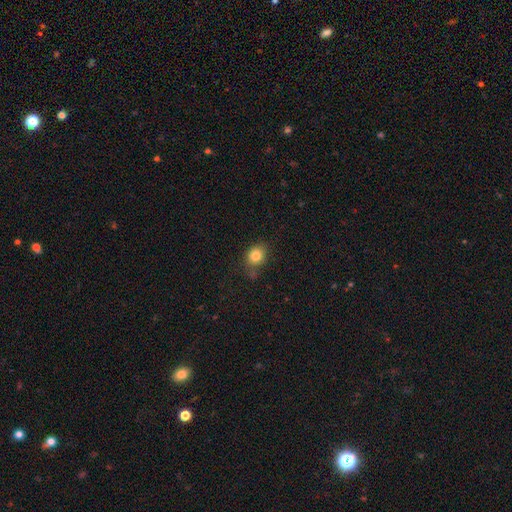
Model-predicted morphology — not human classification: A smooth galaxy with no disk features (82%) that is round (63%). Merging: none (72%).